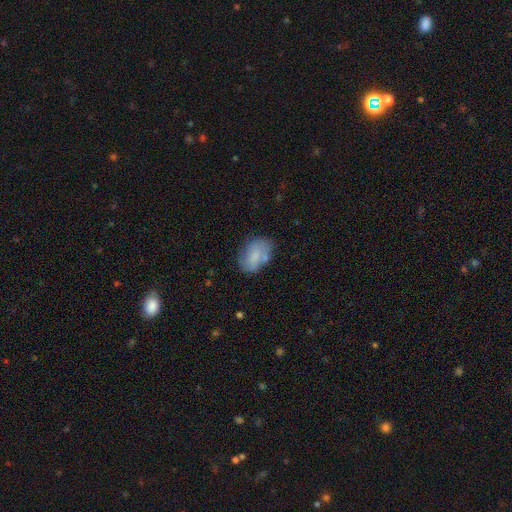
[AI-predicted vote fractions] This appears to be a smooth galaxy with no disk features (76%) that is in between round and cigar-shaped (83%). Merging: none (58%).